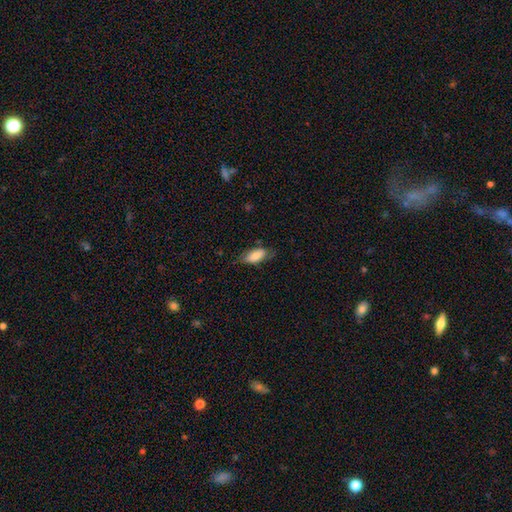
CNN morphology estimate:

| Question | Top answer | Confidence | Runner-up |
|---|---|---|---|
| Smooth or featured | smooth | 77% | featured or disk (16%) |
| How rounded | in between | 88% | cigar-shaped (10%) |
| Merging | none | 65% | minor disturbance (26%) |